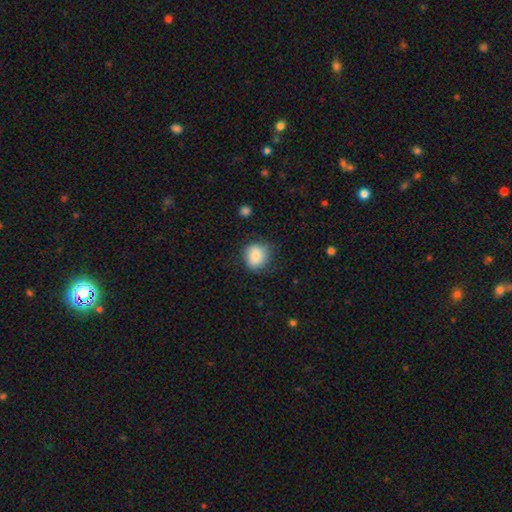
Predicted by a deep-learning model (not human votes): A smooth galaxy with no disk features (82%) that is round (77%). Merging: none (71%).